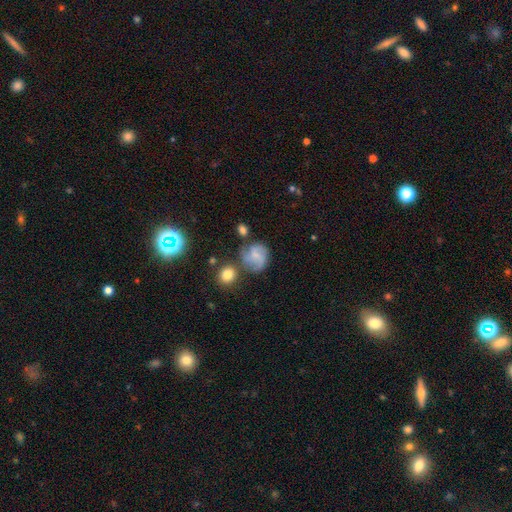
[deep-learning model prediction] A featured or disk galaxy (50%).

Vote fractions:
- Smooth or featured? featured or disk: 50% / smooth: 40% / star or artifact: 9%
- Edge-on disk? no: 98% / yes: 2%
- Merging? none: 54% / minor disturbance: 24% / major disturbance: 13% / merger: 9%